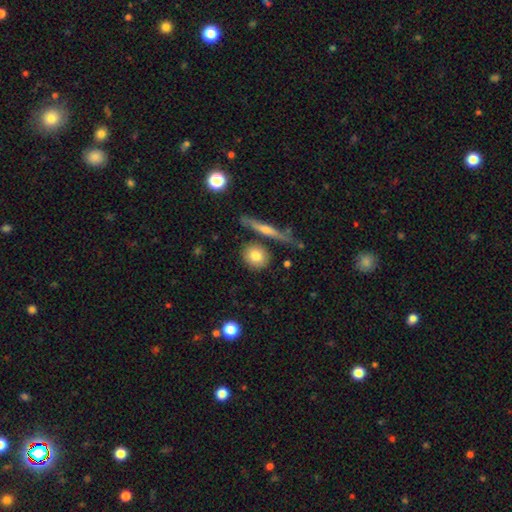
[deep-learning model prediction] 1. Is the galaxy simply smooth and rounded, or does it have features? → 80% smooth, 13% featured or disk, 7% star or artifact.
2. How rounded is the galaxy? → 73% round, 21% in between, 6% cigar-shaped.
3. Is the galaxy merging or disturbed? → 77% none, 11% minor disturbance, 9% merger, 3% major disturbance.